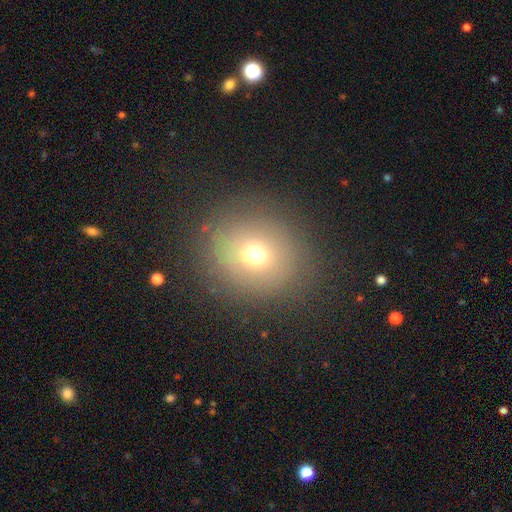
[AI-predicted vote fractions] smooth 68%, star or artifact 18%, featured or disk 14%. Down the decision tree: how rounded — round (81%); merging — none (84%).